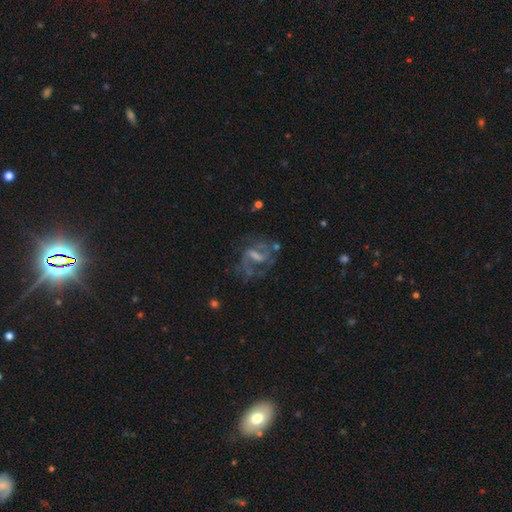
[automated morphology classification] Smooth or featured? Predicted: featured or disk (p=0.76). Edge-on disk? Predicted: no (p=0.96). Bar? Predicted: weak (p=0.47). Spiral arms? Predicted: yes (p=0.86). Spiral winding? Predicted: medium (p=0.50). Spiral arm count? Predicted: 2 (p=0.67). Bulge size? Predicted: none (p=0.32). Merging? Predicted: none (p=0.56).